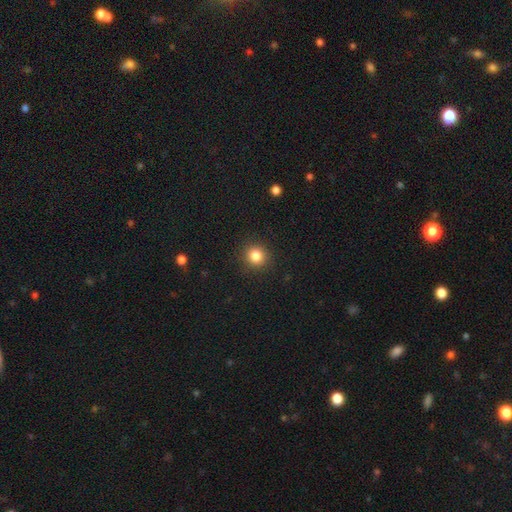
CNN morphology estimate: This appears to be a smooth galaxy with no disk features (84%) that is round (90%). Merging: none (91%).